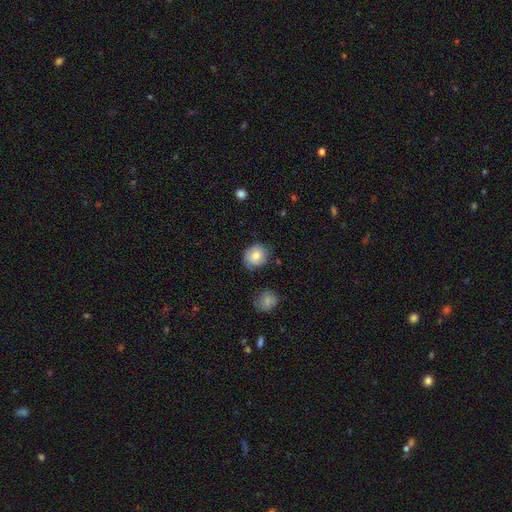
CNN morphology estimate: smooth-or-featured: smooth: 68% | featured or disk: 24% | star or artifact: 8%
  how-rounded: round: 78% | in between: 21% | cigar-shaped: 1%
  merging: none: 71% | minor disturbance: 21% | major disturbance: 5% | merger: 2%